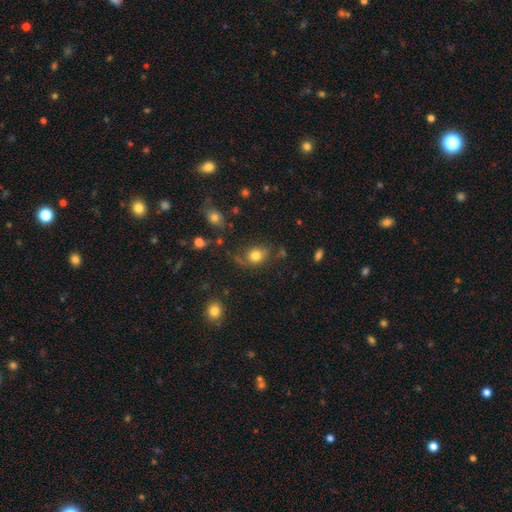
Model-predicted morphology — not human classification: The model was most divided on "how rounded": in between: 53%, round: 46%, cigar-shaped: 1%. More confident: smooth or featured — smooth (77%); merging — none (59%).